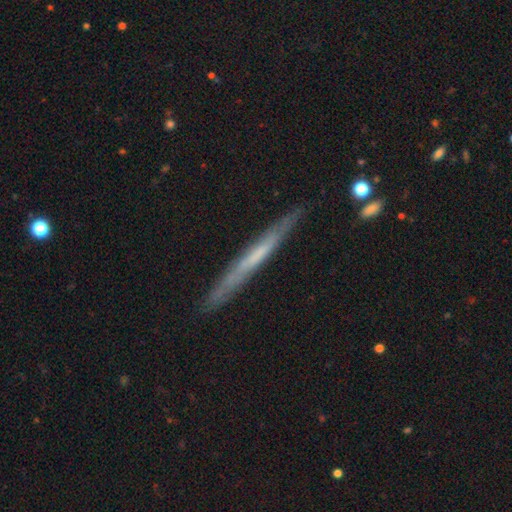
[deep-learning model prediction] Smooth or featured? featured or disk (54%)
Edge-on disk? yes (93%)
Edge-on bulge? none (83%)
Merging? none (87%)